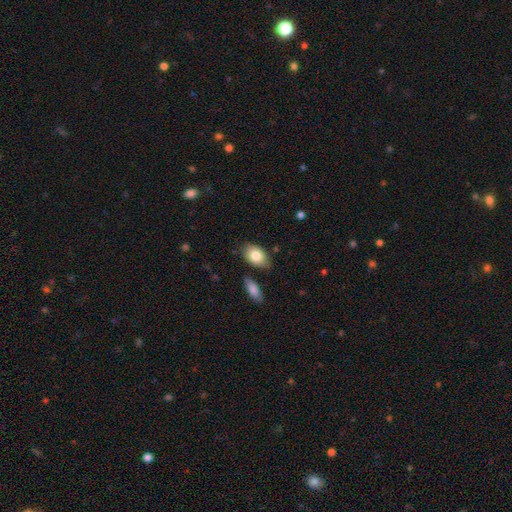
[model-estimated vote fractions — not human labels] A smooth galaxy with no disk features (83%) that is in between round and cigar-shaped (88%).

Vote fractions:
- Smooth or featured? smooth: 83% / featured or disk: 11% / star or artifact: 6%
- How rounded? in between: 88% / round: 10% / cigar-shaped: 1%
- Merging? none: 78% / minor disturbance: 15% / merger: 4% / major disturbance: 3%